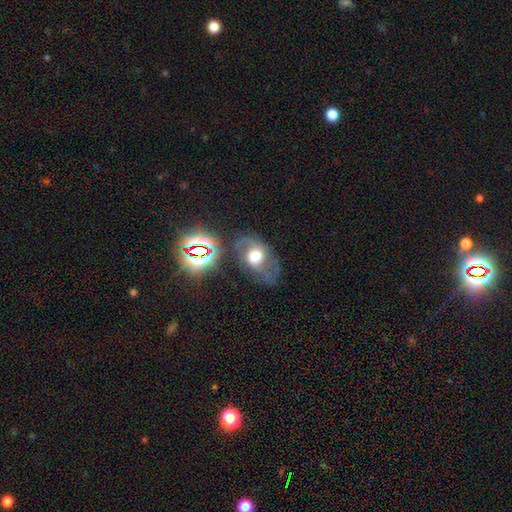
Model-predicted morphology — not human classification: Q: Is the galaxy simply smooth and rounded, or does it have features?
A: featured or disk — 55%.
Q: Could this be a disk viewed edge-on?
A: no — 95%.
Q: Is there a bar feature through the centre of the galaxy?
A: no — 64%.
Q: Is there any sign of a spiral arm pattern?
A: yes — 72%.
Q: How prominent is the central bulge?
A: moderate — 44%.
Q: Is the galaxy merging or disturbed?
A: none — 43%.